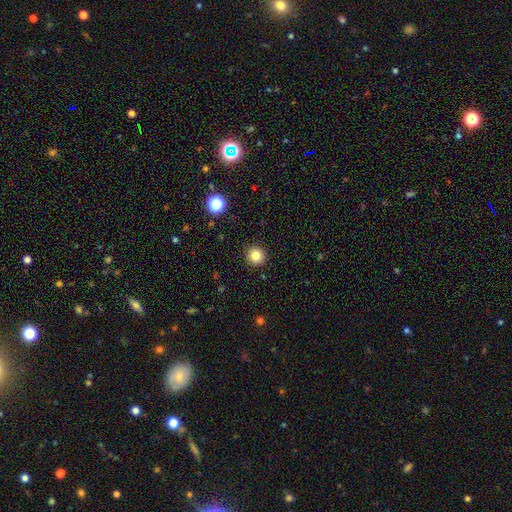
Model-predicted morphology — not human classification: Smooth or featured?
  - smooth: 83% *
  - star or artifact: 12%
  - featured or disk: 5%
How rounded?
  - round: 95% *
  - in between: 4%
  - cigar-shaped: 1%
Merging?
  - none: 93% *
  - minor disturbance: 5%
  - major disturbance: 2%
  - merger: 1%